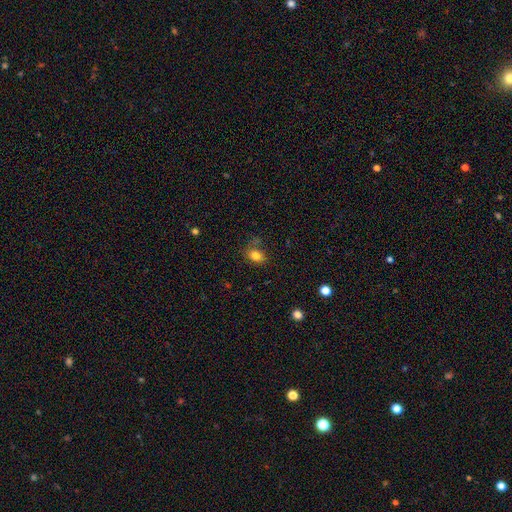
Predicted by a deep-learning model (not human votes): A smooth galaxy with no disk features (81%) that is in between round and cigar-shaped (66%).

Vote fractions:
- Smooth or featured? smooth: 81% / star or artifact: 12% / featured or disk: 8%
- How rounded? in between: 66% / round: 33% / cigar-shaped: 1%
- Merging? none: 69% / minor disturbance: 19% / major disturbance: 6% / merger: 6%